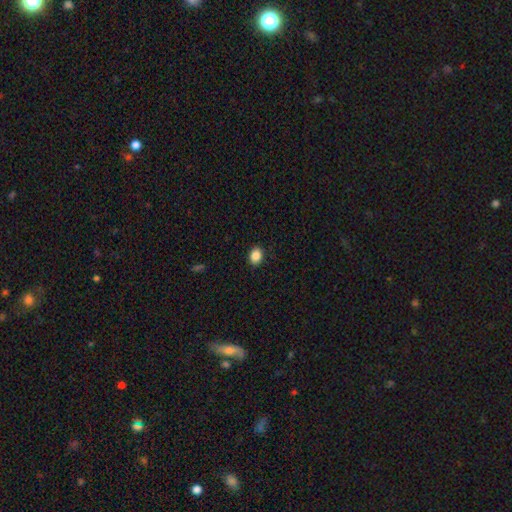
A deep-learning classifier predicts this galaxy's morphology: This is clearly a smooth galaxy (87%). How rounded: possibly in between (58%). Merging: clearly none (90%).